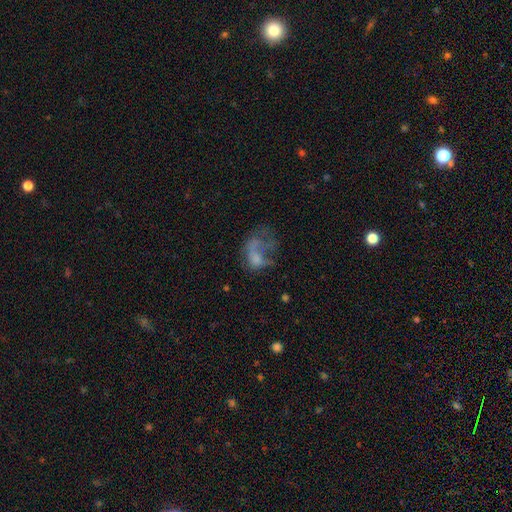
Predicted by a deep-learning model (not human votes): A smooth galaxy with no disk features (43%).

Vote fractions:
- Smooth or featured? smooth: 43% / featured or disk: 42% / star or artifact: 15%
- Merging? major disturbance: 56% / none: 21% / minor disturbance: 15% / merger: 8%